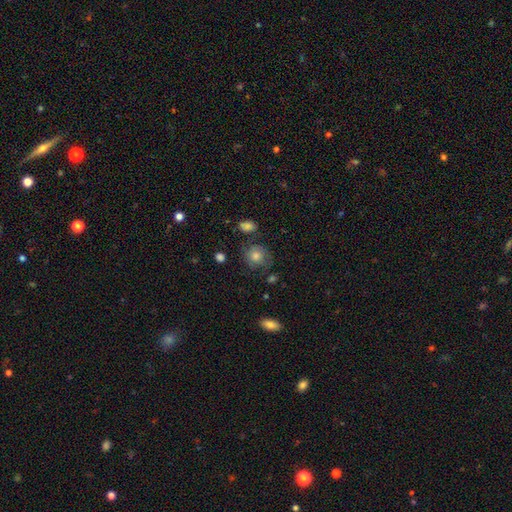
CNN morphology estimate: type=smooth (60%); roundness=round (82%); merging=none (72%).